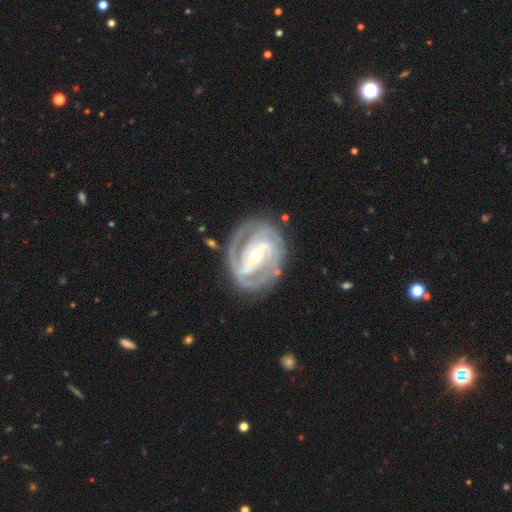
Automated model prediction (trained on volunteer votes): A featured or disk galaxy (92%) with a strong bar (46%), 2 (50%) tight (60%) spiral arms (98%) and a moderate central bulge (56%).

Vote fractions:
- Smooth or featured? featured or disk: 92% / smooth: 5% / star or artifact: 4%
- Edge-on disk? no: 97% / yes: 3%
- Bar? strong: 46% / weak: 36% / no: 18%
- Spiral arms? yes: 98% / no: 2%
- Spiral winding? tight: 60% / medium: 35% / loose: 6%
- Spiral arm count? 2: 50% / 3: 30% / can't tell: 9% / 4: 5% / 1: 3% / more than 4: 3%
- Bulge size? moderate: 56% / small: 40% / large: 3% / none: 1% / dominant: 1%
- Merging? none: 78% / minor disturbance: 15% / major disturbance: 6% / merger: 2%